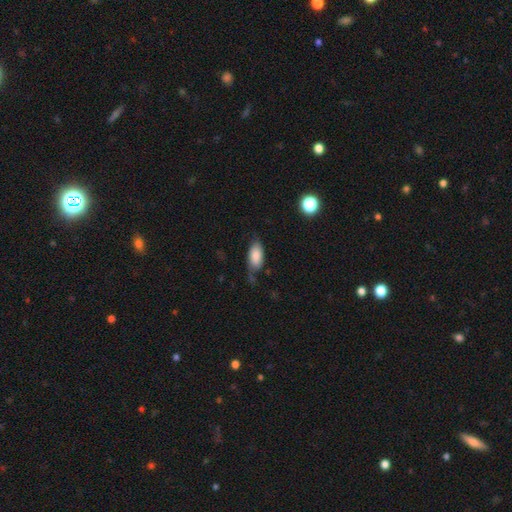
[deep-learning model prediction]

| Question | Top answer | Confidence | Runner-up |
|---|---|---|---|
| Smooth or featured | smooth | 81% | featured or disk (12%) |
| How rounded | in between | 91% | cigar-shaped (6%) |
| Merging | none | 52% | minor disturbance (33%) |